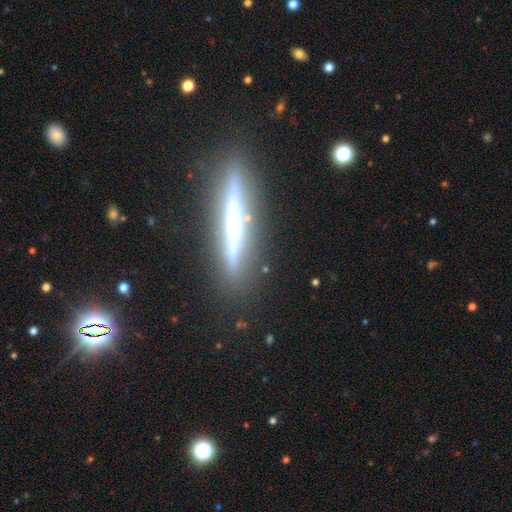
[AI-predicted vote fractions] This is likely a featured or disk galaxy (73%). It is clearly viewed edge-on (96%). Edge-on bulge: possibly none (49%). Merging: clearly none (88%).